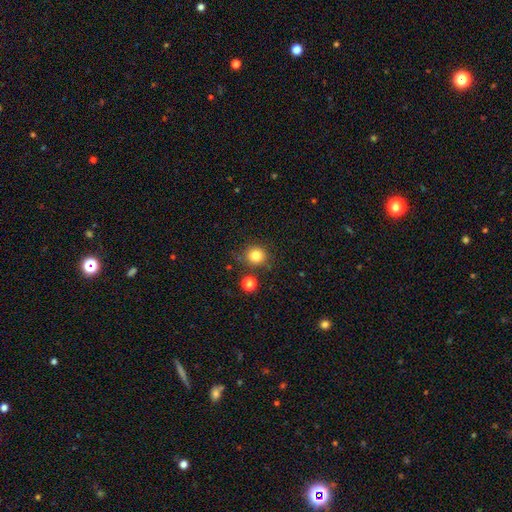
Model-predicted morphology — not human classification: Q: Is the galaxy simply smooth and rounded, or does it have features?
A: smooth — 82%.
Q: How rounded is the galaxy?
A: round — 90%.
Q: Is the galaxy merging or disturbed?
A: none — 80%.